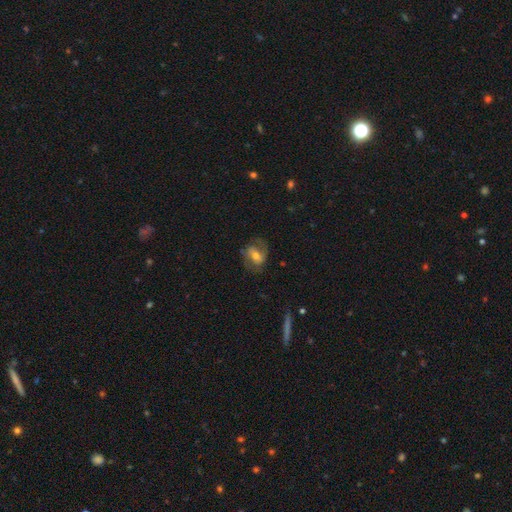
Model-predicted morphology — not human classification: Q: Smooth or featured?
A: featured or disk (55%); runner-up: smooth (37%)
Q: Edge-on disk?
A: no (95%); runner-up: yes (5%)
Q: Bar?
A: weak (38%); runner-up: strong (33%)
Q: Spiral arms?
A: yes (76%); runner-up: no (24%)
Q: Bulge size?
A: moderate (60%); runner-up: small (29%)
Q: Merging?
A: none (67%); runner-up: minor disturbance (19%)